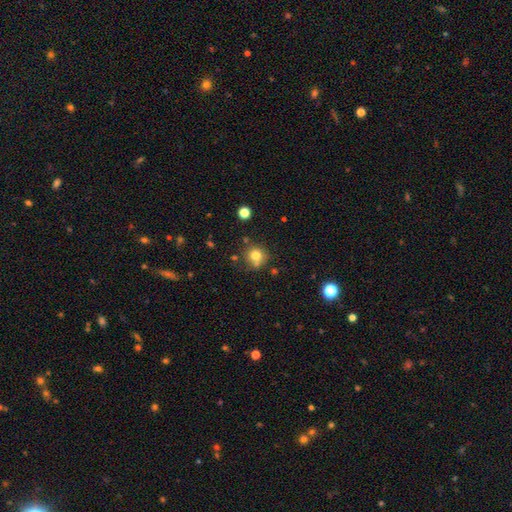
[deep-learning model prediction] Q: Smooth or featured?
A: smooth (77%); runner-up: star or artifact (14%)
Q: How rounded?
A: round (89%); runner-up: in between (10%)
Q: Merging?
A: none (68%); runner-up: minor disturbance (14%)